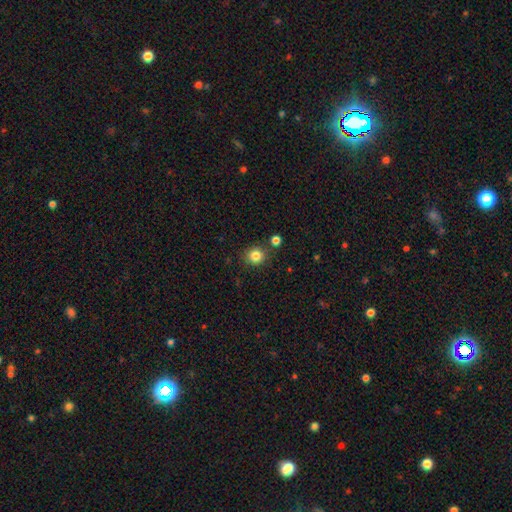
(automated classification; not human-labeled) This appears to be a smooth galaxy with no disk features (83%) that is round (88%). Merging: none (82%).